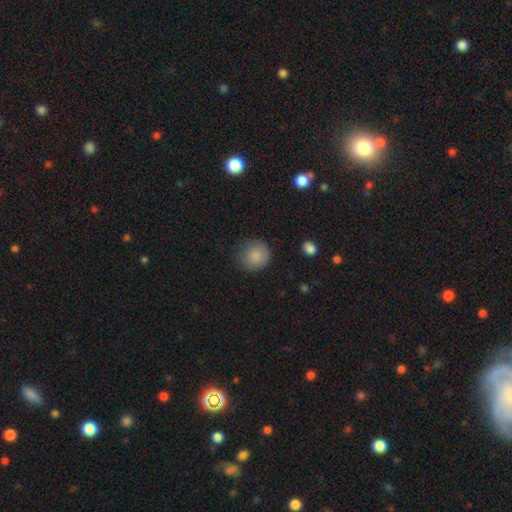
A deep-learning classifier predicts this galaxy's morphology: A smooth galaxy with no disk features (85%) that is round (88%). Merging: none (74%).